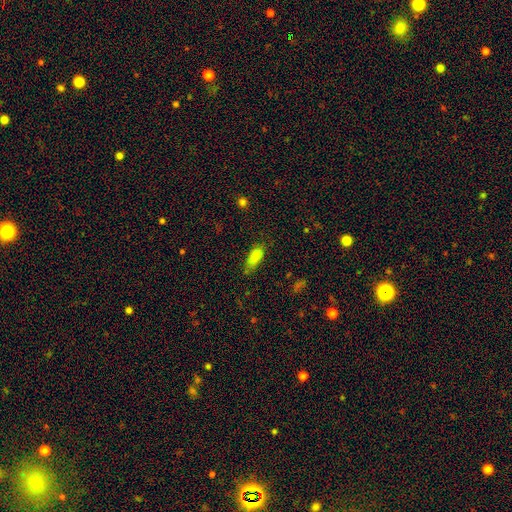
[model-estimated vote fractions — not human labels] smooth-or-featured: smooth: 81% | star or artifact: 10% | featured or disk: 8%
  how-rounded: in between: 65% | cigar-shaped: 32% | round: 3%
  merging: none: 53% | minor disturbance: 31% | major disturbance: 12% | merger: 4%